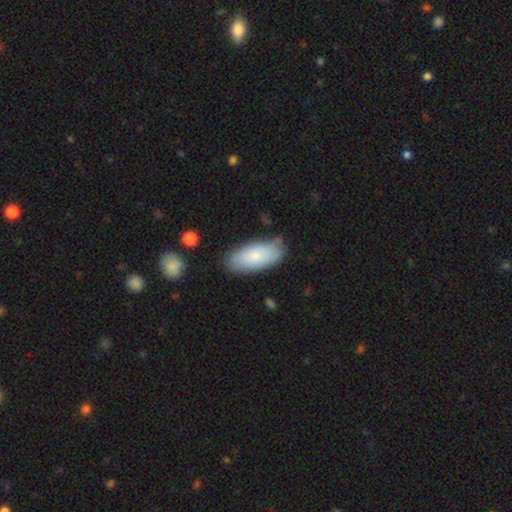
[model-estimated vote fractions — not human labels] This appears to be a smooth galaxy with no disk features (79%) that is in between round and cigar-shaped (89%). Merging: none (79%).